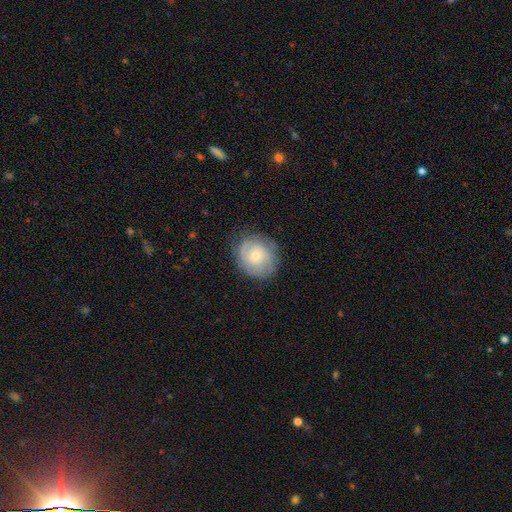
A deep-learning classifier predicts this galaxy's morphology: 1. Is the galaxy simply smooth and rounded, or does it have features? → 53% featured or disk, 40% smooth, 7% star or artifact.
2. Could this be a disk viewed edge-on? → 97% no, 3% yes.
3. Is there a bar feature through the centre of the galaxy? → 72% no, 24% weak, 4% strong.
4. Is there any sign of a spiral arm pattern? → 81% yes, 19% no.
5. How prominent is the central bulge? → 63% small, 33% moderate, 2% large, 2% none, 1% dominant.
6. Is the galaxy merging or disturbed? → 75% none, 18% minor disturbance, 6% major disturbance, 1% merger.